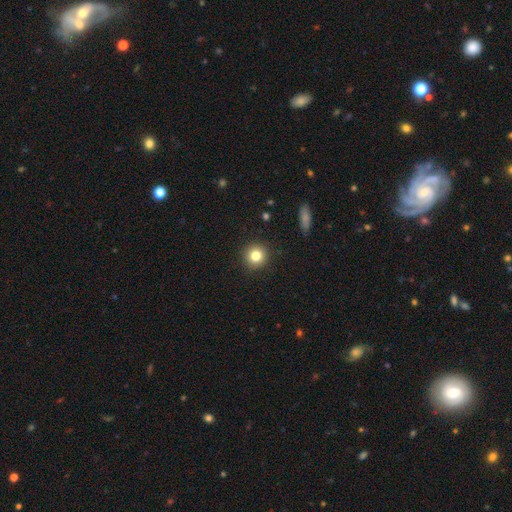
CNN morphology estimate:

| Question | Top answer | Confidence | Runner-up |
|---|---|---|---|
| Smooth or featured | smooth | 82% | star or artifact (11%) |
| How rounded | round | 94% | in between (5%) |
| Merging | none | 92% | minor disturbance (5%) |